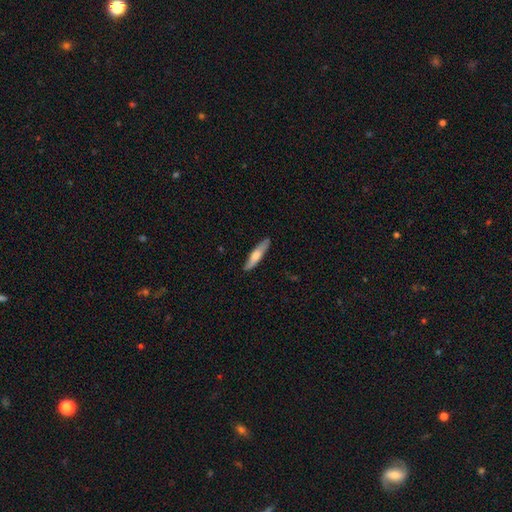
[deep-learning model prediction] Overall: smooth (59%; featured or disk 36%). How rounded: cigar-shaped (83%). Merging: none (88%).